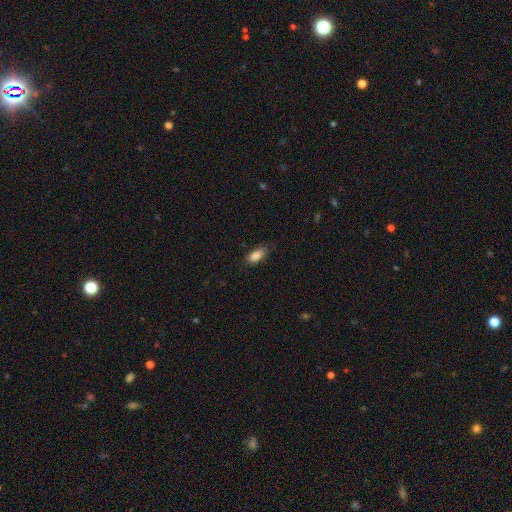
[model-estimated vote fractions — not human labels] Smooth or featured: smooth — 87% (star or artifact — 7%)
How rounded: in between — 86% (cigar-shaped — 11%)
Merging: none — 80% (minor disturbance — 16%)